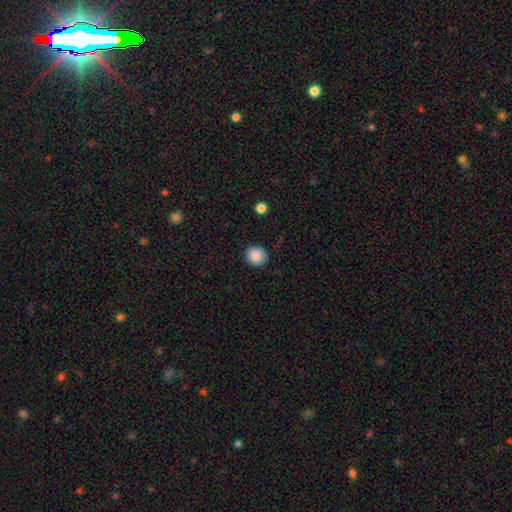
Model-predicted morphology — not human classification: smooth-or-featured: smooth: 88% | star or artifact: 9% | featured or disk: 3%
  how-rounded: round: 87% | in between: 12% | cigar-shaped: 1%
  merging: none: 86% | minor disturbance: 10% | major disturbance: 2% | merger: 1%